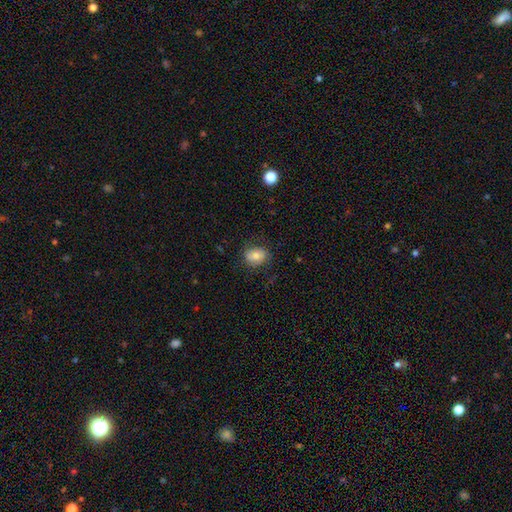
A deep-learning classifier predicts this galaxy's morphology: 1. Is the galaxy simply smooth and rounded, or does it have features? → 74% smooth, 17% featured or disk, 9% star or artifact.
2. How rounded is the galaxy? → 50% in between, 49% round, 1% cigar-shaped.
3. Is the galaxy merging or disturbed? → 75% none, 18% minor disturbance, 6% major disturbance, 1% merger.